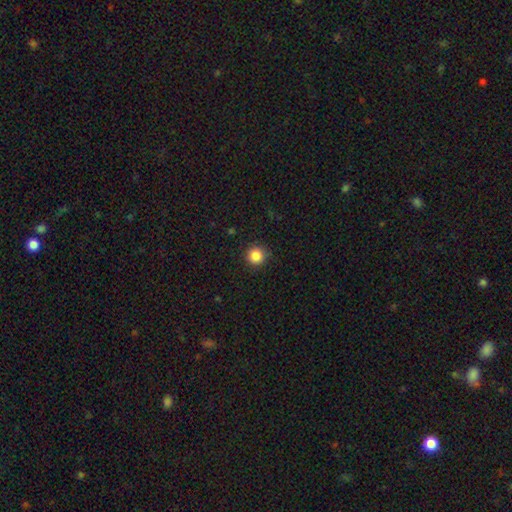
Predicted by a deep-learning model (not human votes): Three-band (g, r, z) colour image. It shows a smooth galaxy with no disk features (86%) that is round (95%). Merging: none (90%).